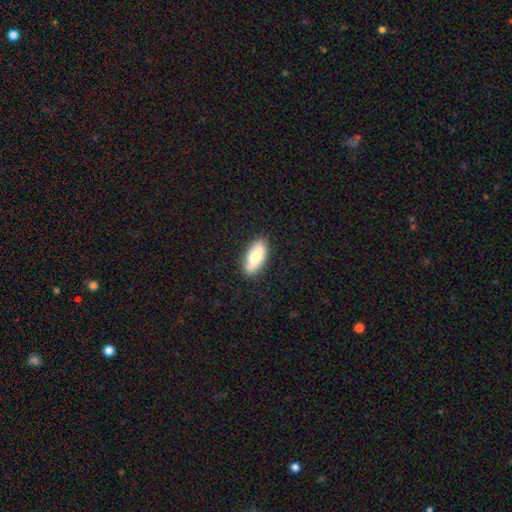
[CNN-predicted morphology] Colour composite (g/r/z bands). It shows a smooth galaxy with no disk features (79%) that is in between round and cigar-shaped (86%). Merging: none (83%).